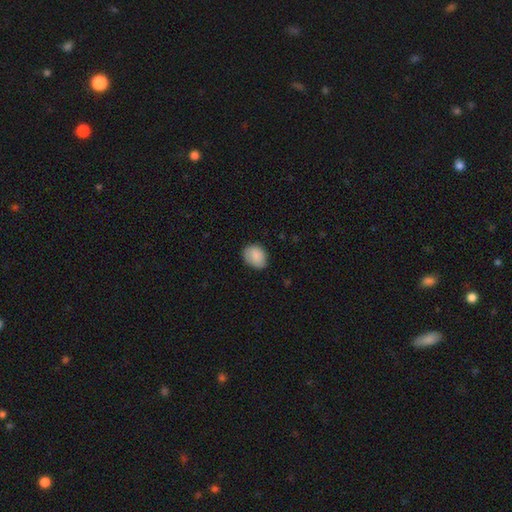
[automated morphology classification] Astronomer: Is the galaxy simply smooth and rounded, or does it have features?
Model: smooth — 86%.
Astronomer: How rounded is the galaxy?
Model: in between — 55% (runner-up: round, 44%).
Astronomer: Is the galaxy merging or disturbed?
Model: none — 73%.